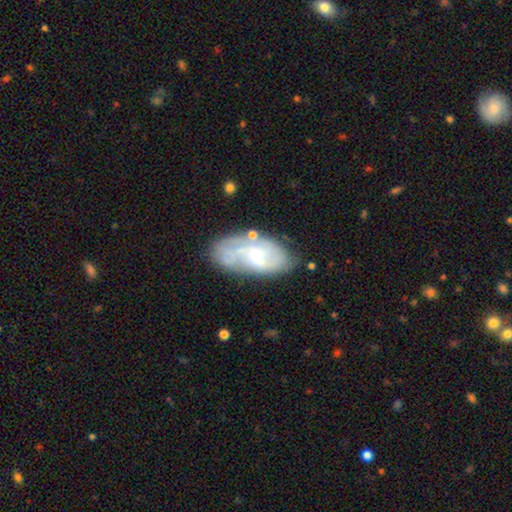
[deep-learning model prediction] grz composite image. It shows a featured or disk galaxy (67%) with no bar (46%), 2 (49%) medium (39%) spiral arms (80%) and a small central bulge (49%). Merging: none (60%).